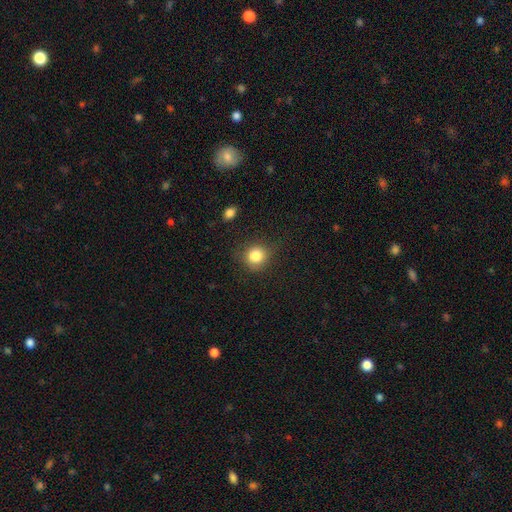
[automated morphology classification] The model was most divided on "merging": none: 77%, minor disturbance: 16%, major disturbance: 5%, merger: 2%. More confident: how rounded — round (88%); smooth or featured — smooth (83%).